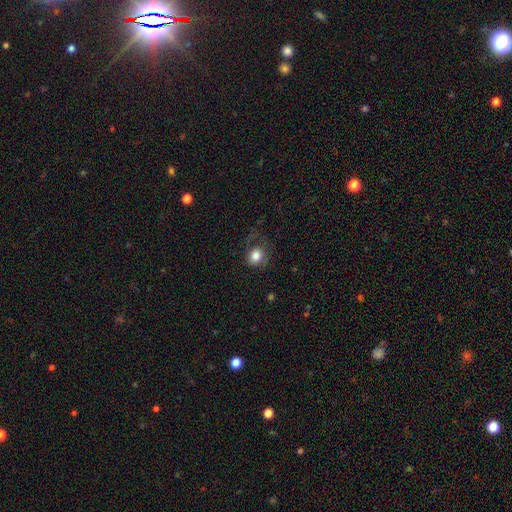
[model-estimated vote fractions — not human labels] Smooth or featured?
  - smooth: 80% *
  - featured or disk: 11%
  - star or artifact: 10%
How rounded?
  - round: 70% *
  - in between: 29%
  - cigar-shaped: 1%
Merging?
  - none: 60% *
  - minor disturbance: 20%
  - major disturbance: 18%
  - merger: 2%